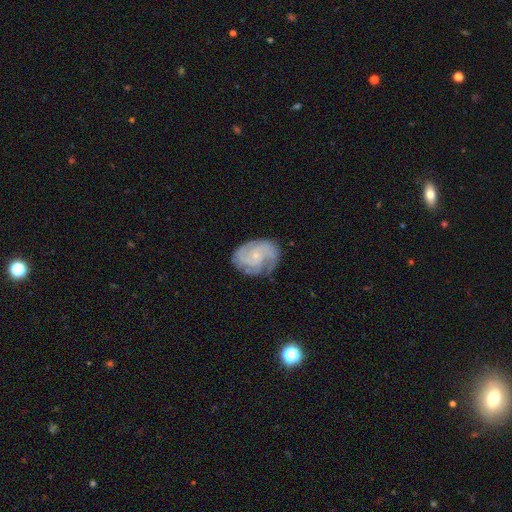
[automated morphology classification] The model was most divided on "spiral arm count": 3: 39%, 2: 22%, can't tell: 17%, 4: 11%, 1: 5%, more than 4: 5%. More confident: edge-on disk — no (98%); spiral arms — yes (97%); smooth or featured — featured or disk (85%); bulge size — small (77%); merging — none (73%); bar — no (71%); spiral winding — tight (58%).